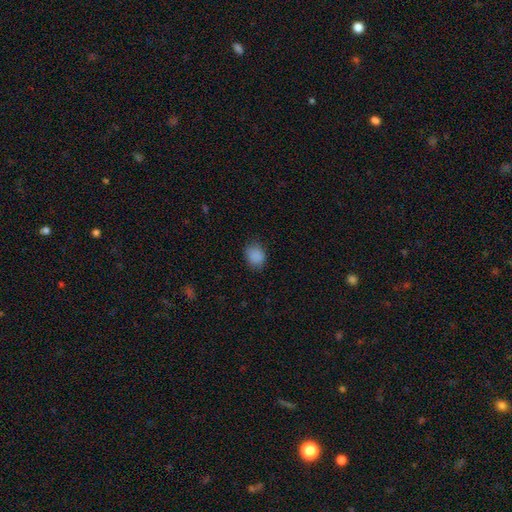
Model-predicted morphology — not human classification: This is clearly a smooth galaxy (87%). How rounded: possibly round (58%). Merging: likely none (79%).